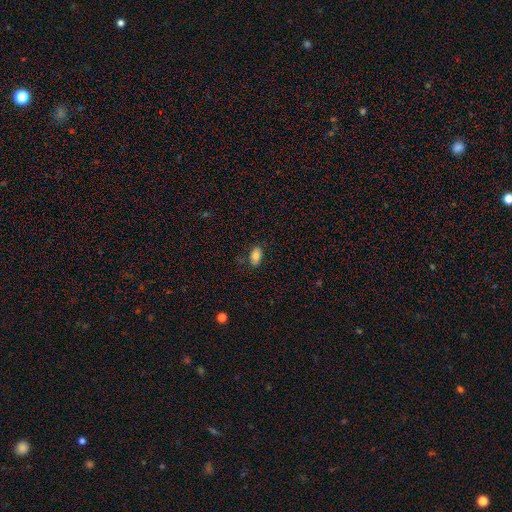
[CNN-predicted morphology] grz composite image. It shows a smooth galaxy with no disk features (78%) that is in between round and cigar-shaped (91%). Merging: none (79%).